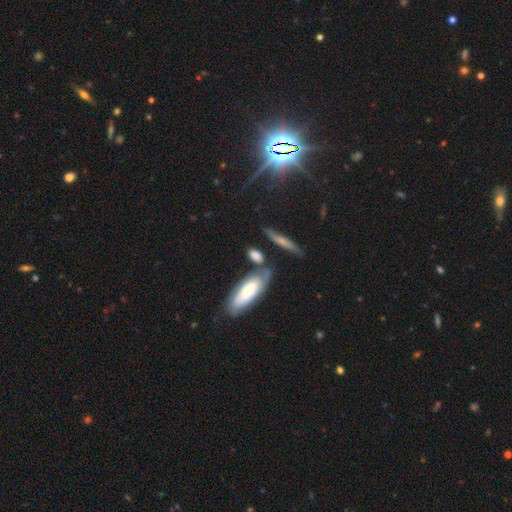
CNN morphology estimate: smooth-or-featured: smooth: 70% | featured or disk: 22% | star or artifact: 8%
  how-rounded: in between: 60% | cigar-shaped: 33% | round: 7%
  merging: none: 56% | merger: 21% | minor disturbance: 17% | major disturbance: 6%